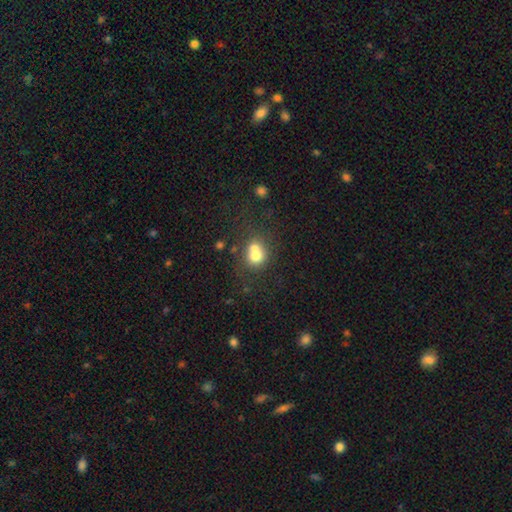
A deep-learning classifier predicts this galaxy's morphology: Smooth or featured? smooth (67%)
How rounded? round (77%)
Merging? merger (57%)